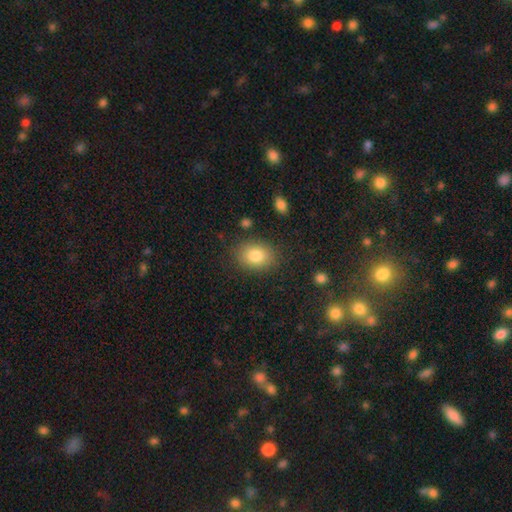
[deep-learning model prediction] The model was most divided on "how rounded": in between: 62%, round: 37%, cigar-shaped: 1%. More confident: merging — none (84%); smooth or featured — smooth (83%).